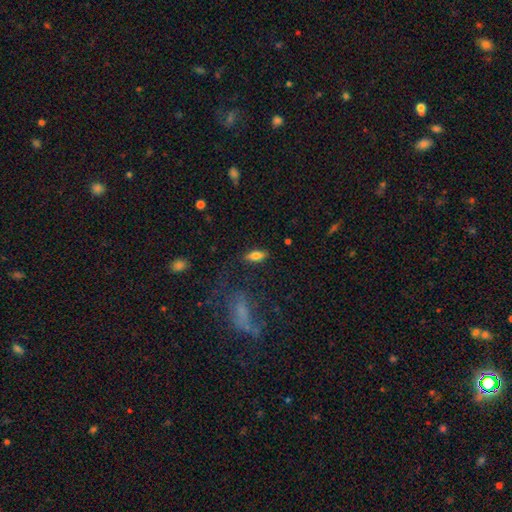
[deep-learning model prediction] This appears to be a smooth galaxy with no disk features (71%) that is in between round and cigar-shaped (77%). Merging: none (86%).